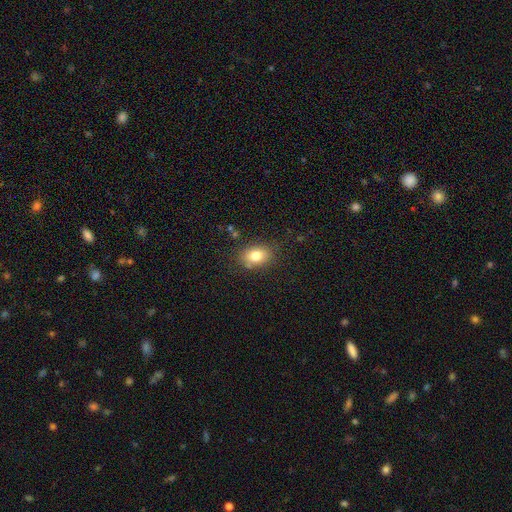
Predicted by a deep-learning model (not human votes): A smooth galaxy with no disk features (79%) that is in between round and cigar-shaped (74%). Merging: none (80%).